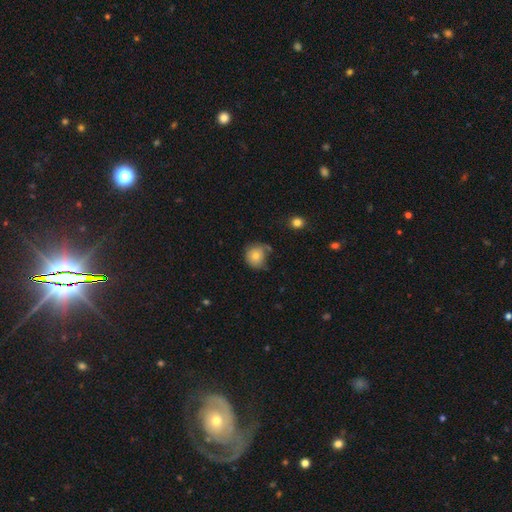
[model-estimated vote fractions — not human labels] Q: Smooth or featured?
A: smooth (76%); runner-up: featured or disk (14%)
Q: How rounded?
A: round (84%); runner-up: in between (15%)
Q: Merging?
A: none (55%); runner-up: minor disturbance (28%)